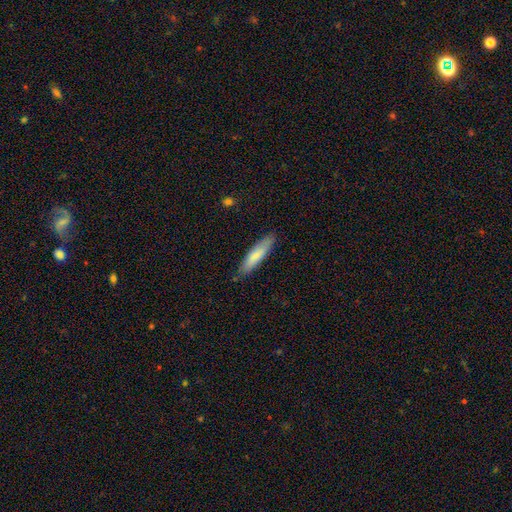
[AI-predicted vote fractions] The model was most divided on "how rounded": cigar-shaped: 77%, in between: 22%, round: 1%. More confident: merging — none (84%); smooth or featured — smooth (79%).